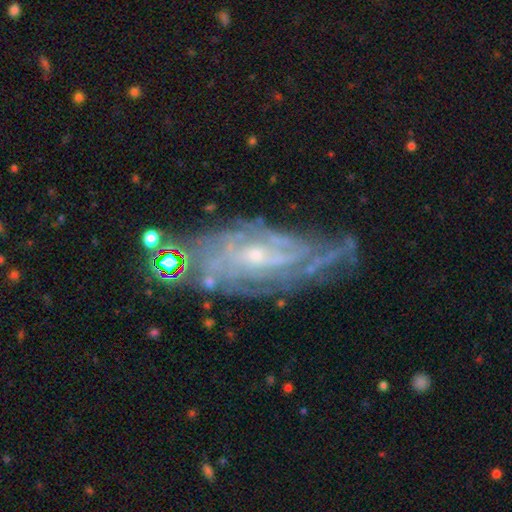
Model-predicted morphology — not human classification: Q: Smooth or featured?
A: featured or disk (80%); runner-up: star or artifact (11%)
Q: Edge-on disk?
A: no (86%); runner-up: yes (14%)
Q: Bar?
A: no (56%); runner-up: weak (35%)
Q: Spiral arms?
A: yes (92%); runner-up: no (8%)
Q: Spiral winding?
A: tight (66%); runner-up: medium (27%)
Q: Spiral arm count?
A: can't tell (47%); runner-up: 2 (16%)
Q: Bulge size?
A: small (74%); runner-up: moderate (21%)
Q: Merging?
A: none (69%); runner-up: minor disturbance (19%)